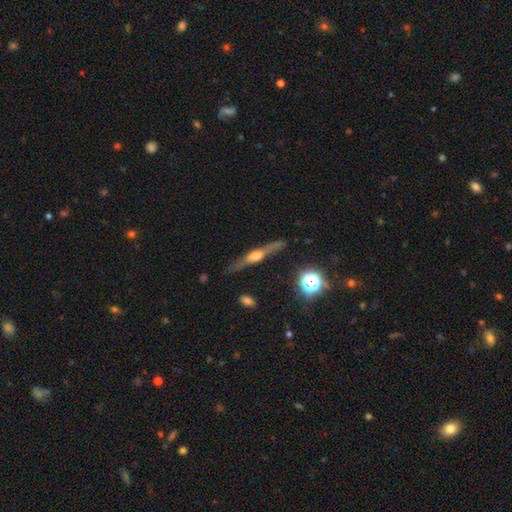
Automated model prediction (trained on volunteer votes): A featured or disk galaxy (76%) viewed edge-on (96%) with a rounded central bulge (82%).

Vote fractions:
- Smooth or featured? featured or disk: 76% / smooth: 16% / star or artifact: 8%
- Edge-on disk? yes: 96% / no: 4%
- Edge-on bulge? rounded: 82% / boxy: 14% / none: 4%
- Merging? none: 84% / minor disturbance: 11% / major disturbance: 3% / merger: 2%